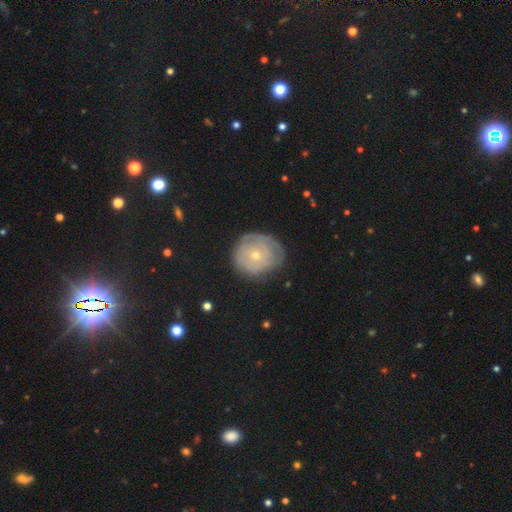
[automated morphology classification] smooth-or-featured: featured or disk: 56% | smooth: 37% | star or artifact: 7%
  disk-edge-on: no: 96% | yes: 4%
    bar: no: 88% | weak: 10% | strong: 2%
    has-spiral-arms: yes: 57% | no: 43%
    bulge-size: small: 68% | moderate: 29% | large: 1% | none: 1% | dominant: 1%
  merging: none: 69% | minor disturbance: 22% | major disturbance: 8% | merger: 2%